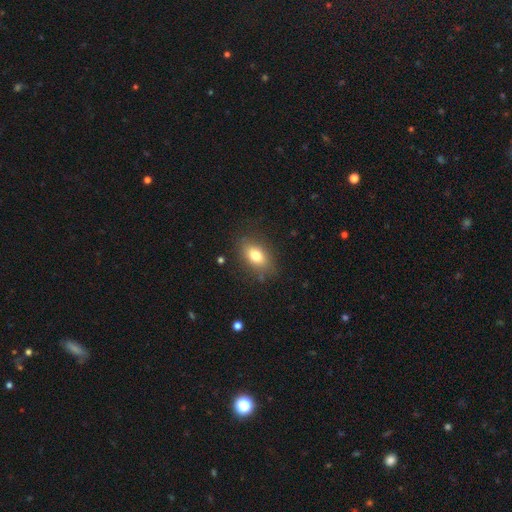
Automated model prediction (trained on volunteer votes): smooth 77%, featured or disk 14%, star or artifact 9%. Down the decision tree: how rounded — in between (85%); merging — none (82%).